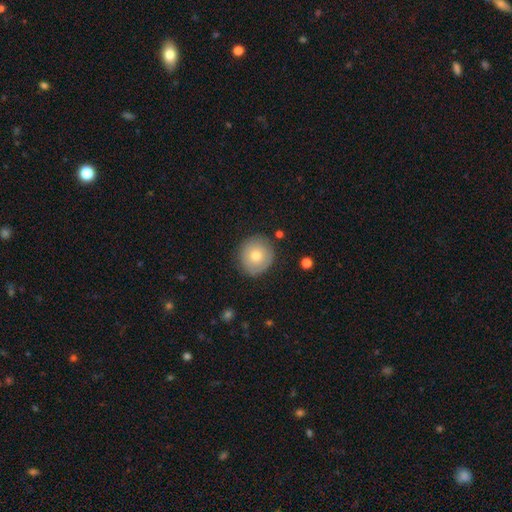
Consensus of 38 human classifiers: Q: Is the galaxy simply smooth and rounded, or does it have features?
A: smooth — 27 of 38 (71%).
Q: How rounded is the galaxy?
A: round — 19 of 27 (70%).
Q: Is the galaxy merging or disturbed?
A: none — 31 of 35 (89%).